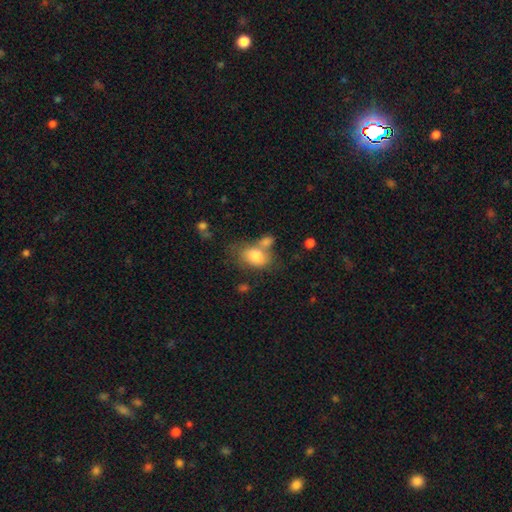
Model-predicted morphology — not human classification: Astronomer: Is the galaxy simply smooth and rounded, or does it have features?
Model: smooth — 79%.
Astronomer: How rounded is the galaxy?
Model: in between — 81%.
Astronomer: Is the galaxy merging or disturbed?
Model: none — 37% (runner-up: merger, 36%).